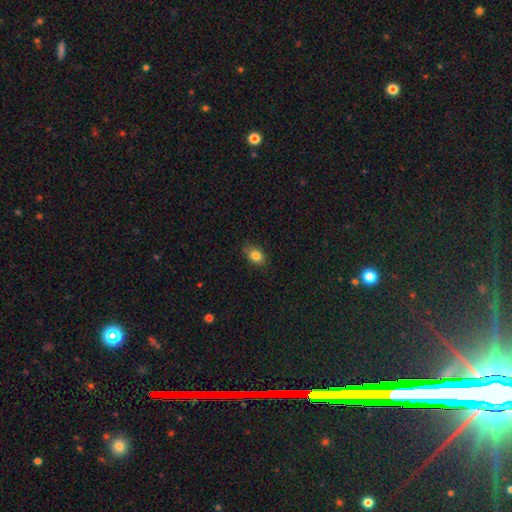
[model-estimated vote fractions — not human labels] This appears to be a smooth galaxy with no disk features (82%) that is in between round and cigar-shaped (66%). Merging: none (79%).